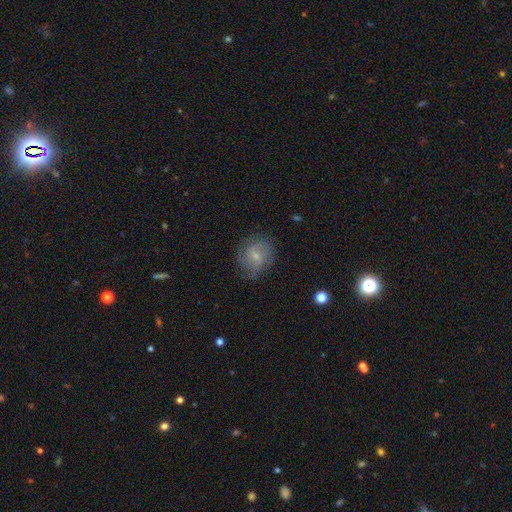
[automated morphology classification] Overall: smooth (51%; featured or disk 40%). How rounded: round (74%). Merging: none (69%).